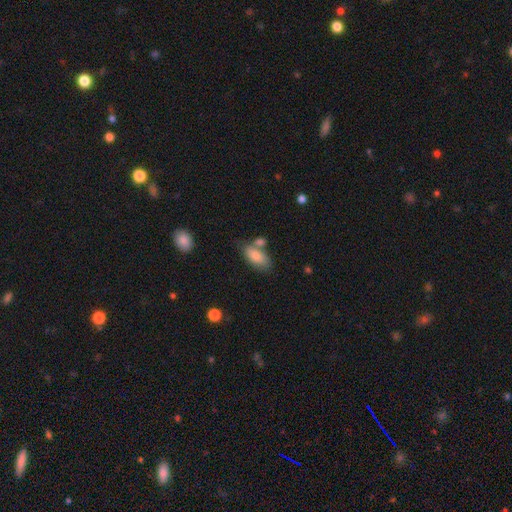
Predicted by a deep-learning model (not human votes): Smooth or featured? Predicted: smooth (p=0.81). How rounded? Predicted: in between (p=0.89). Merging? Predicted: none (p=0.53).